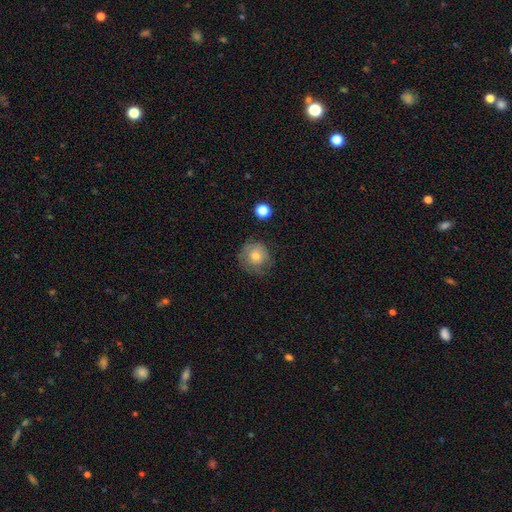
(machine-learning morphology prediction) type=smooth (67%); roundness=round (89%); merging=none (67%).